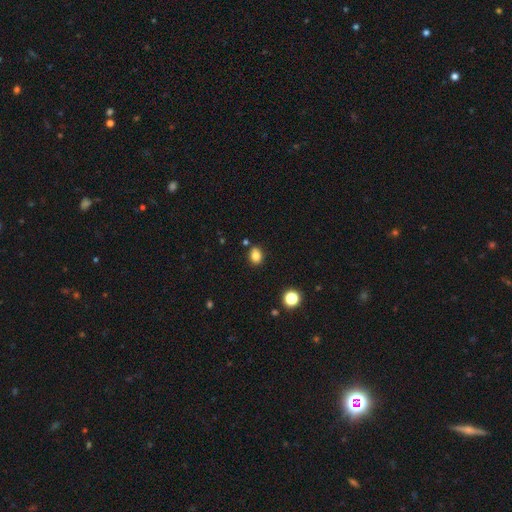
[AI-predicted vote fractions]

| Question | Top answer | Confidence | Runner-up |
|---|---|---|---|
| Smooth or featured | smooth | 82% | star or artifact (12%) |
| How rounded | in between | 54% | round (45%) |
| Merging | none | 81% | minor disturbance (12%) |